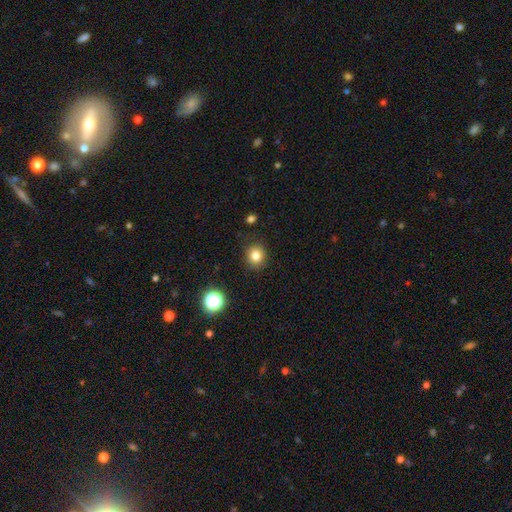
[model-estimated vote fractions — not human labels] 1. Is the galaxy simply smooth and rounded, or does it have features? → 82% smooth, 12% star or artifact, 6% featured or disk.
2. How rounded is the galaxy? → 82% round, 17% in between, 1% cigar-shaped.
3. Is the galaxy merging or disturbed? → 87% none, 9% minor disturbance, 2% major disturbance, 1% merger.